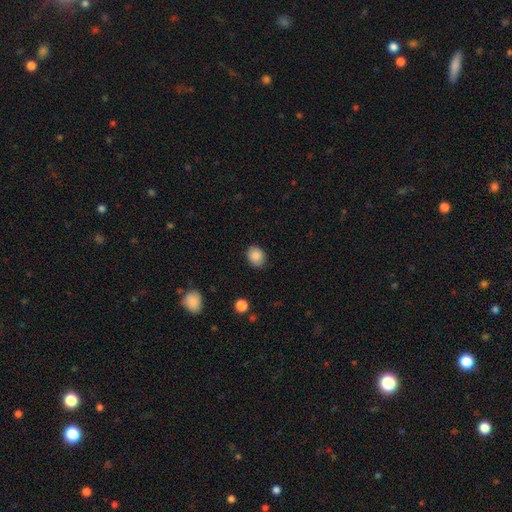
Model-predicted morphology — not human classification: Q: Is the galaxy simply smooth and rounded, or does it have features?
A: smooth — 86%.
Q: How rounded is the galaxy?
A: round — 56%.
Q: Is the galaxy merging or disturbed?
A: none — 84%.